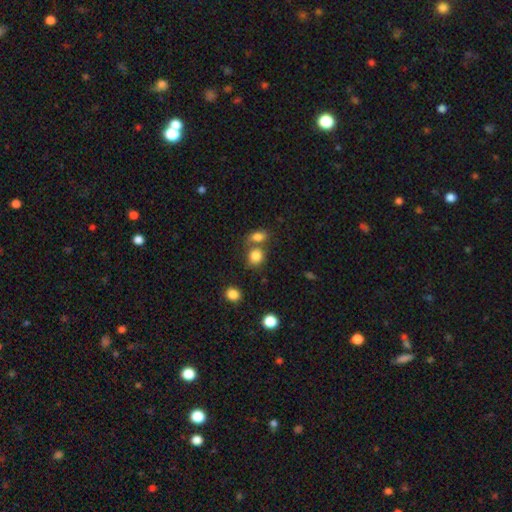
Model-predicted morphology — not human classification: Smooth or featured? smooth (82%)
How rounded? round (68%)
Merging? none (46%)